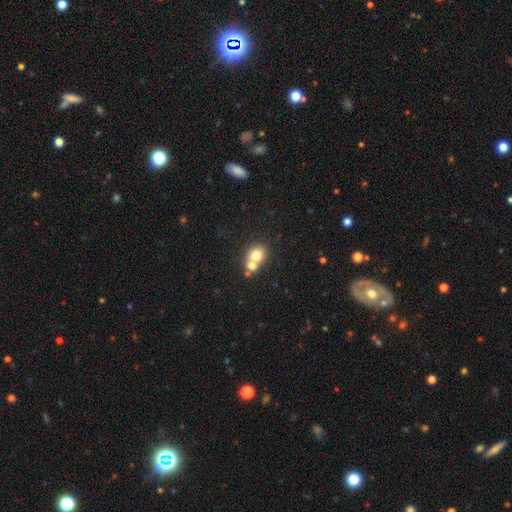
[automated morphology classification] type=smooth (72%); roundness=round (67%); merging=merger (56%).